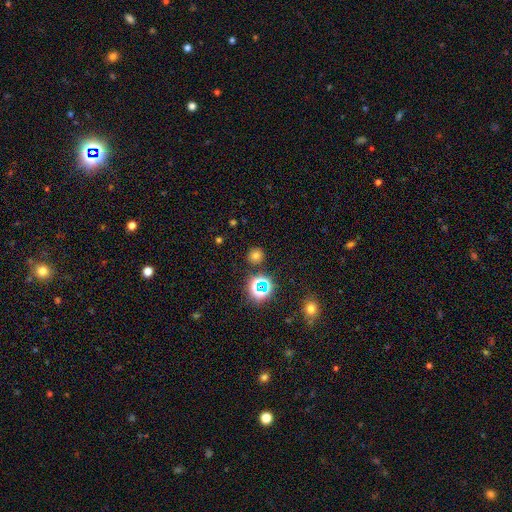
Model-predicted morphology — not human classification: This is likely a smooth galaxy (68%). How rounded: clearly round (90%). Merging: clearly none (87%).